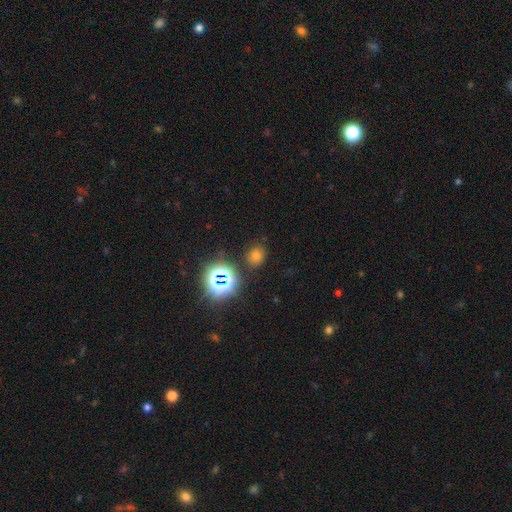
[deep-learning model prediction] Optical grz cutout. It shows a smooth galaxy with no disk features (61%) that is round (67%). Merging: none (83%).